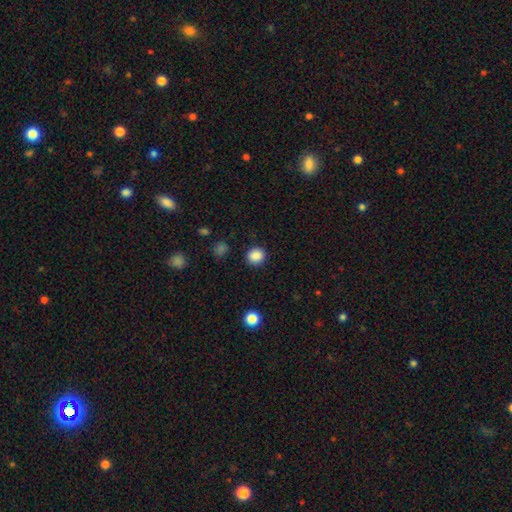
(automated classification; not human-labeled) Overall: smooth (87%). How rounded: round (85%). Merging: none (89%).